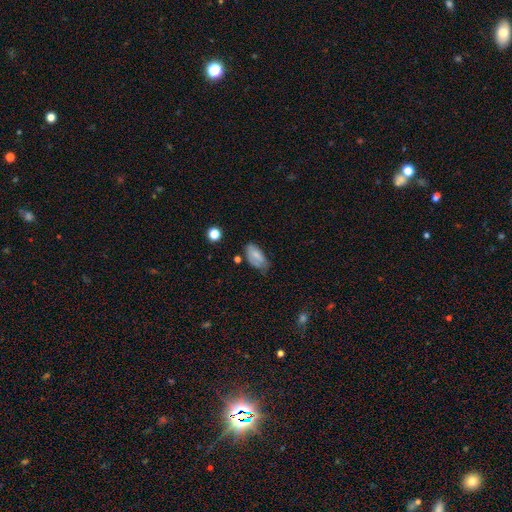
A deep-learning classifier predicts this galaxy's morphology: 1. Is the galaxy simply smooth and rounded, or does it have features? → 67% smooth, 25% featured or disk, 8% star or artifact.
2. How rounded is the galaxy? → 91% in between, 5% cigar-shaped, 4% round.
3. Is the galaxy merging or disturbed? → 52% none, 34% minor disturbance, 11% major disturbance, 4% merger.